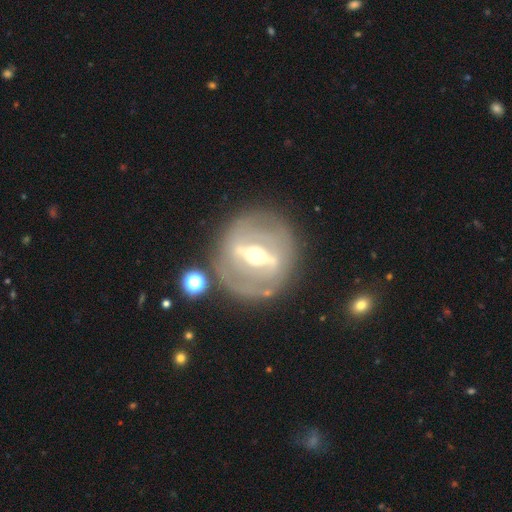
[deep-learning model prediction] Q: Smooth or featured?
A: featured or disk (79%); runner-up: smooth (15%)
Q: Edge-on disk?
A: no (87%); runner-up: yes (13%)
Q: Bar?
A: strong (70%); runner-up: weak (21%)
Q: Spiral arms?
A: no (59%); runner-up: yes (41%)
Q: Bulge size?
A: moderate (66%); runner-up: small (23%)
Q: Merging?
A: none (78%); runner-up: minor disturbance (12%)